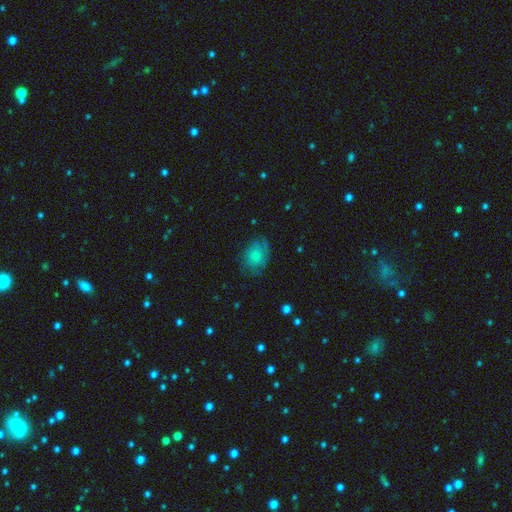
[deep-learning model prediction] Overall: smooth (72%). How rounded: in between (69%; round 30%). Merging: none (66%).